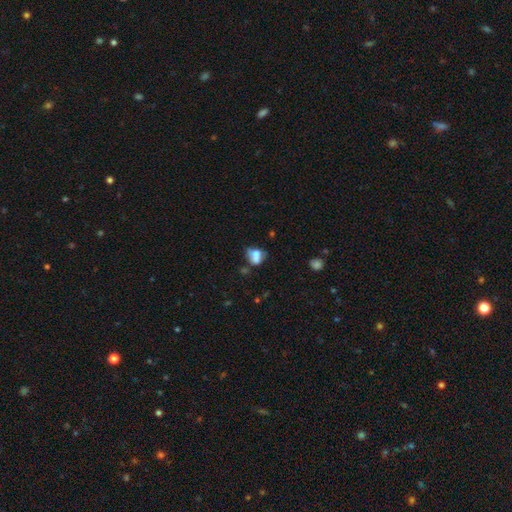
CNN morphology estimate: smooth-or-featured: smooth: 62% | featured or disk: 26% | star or artifact: 12%
  how-rounded: in between: 64% | round: 33% | cigar-shaped: 3%
  merging: merger: 35% | none: 30% | minor disturbance: 20% | major disturbance: 14%